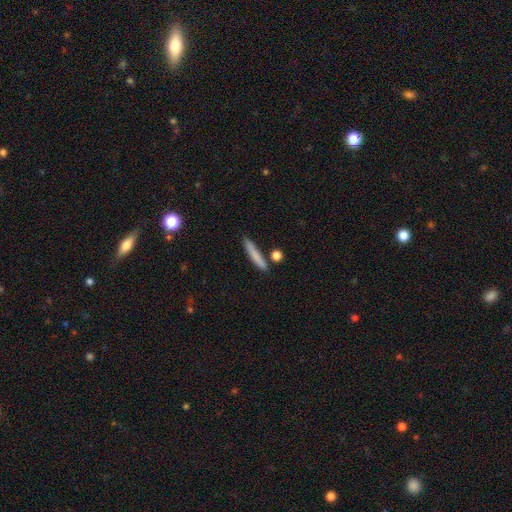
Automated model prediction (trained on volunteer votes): Morphology: type=smooth (77%); roundness=cigar-shaped (91%); merging=none (82%).